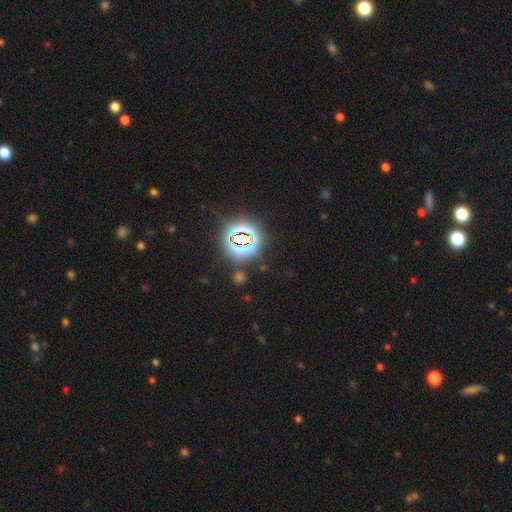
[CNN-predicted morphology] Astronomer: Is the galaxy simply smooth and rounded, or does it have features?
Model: star or artifact — 83%.